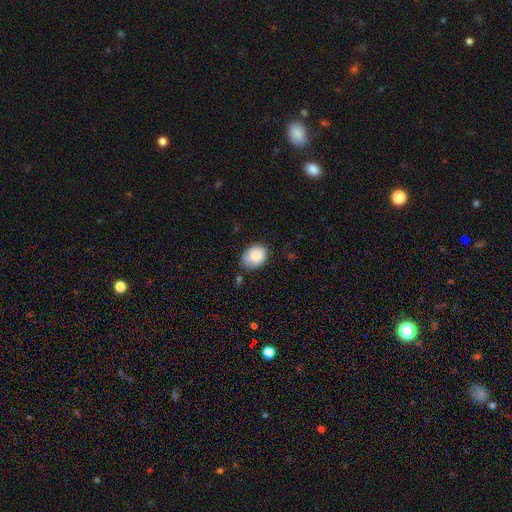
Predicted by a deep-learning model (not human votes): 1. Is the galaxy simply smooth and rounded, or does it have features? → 82% smooth, 10% featured or disk, 8% star or artifact.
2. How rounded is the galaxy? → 58% in between, 41% round, 1% cigar-shaped.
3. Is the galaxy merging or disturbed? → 70% none, 23% minor disturbance, 4% major disturbance, 3% merger.